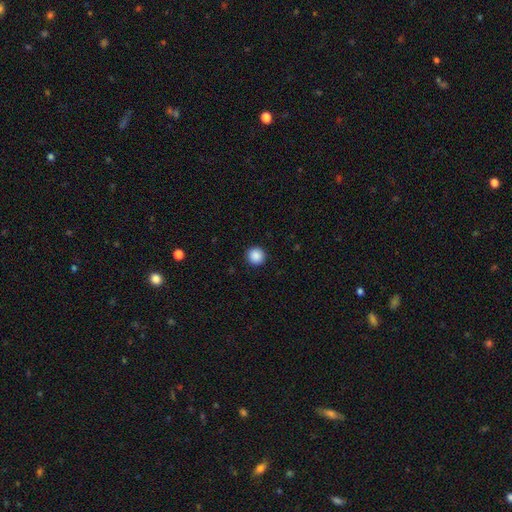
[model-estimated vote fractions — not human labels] The model was most divided on "smooth or featured": smooth: 88%, star or artifact: 9%, featured or disk: 3%. More confident: how rounded — round (95%); merging — none (93%).